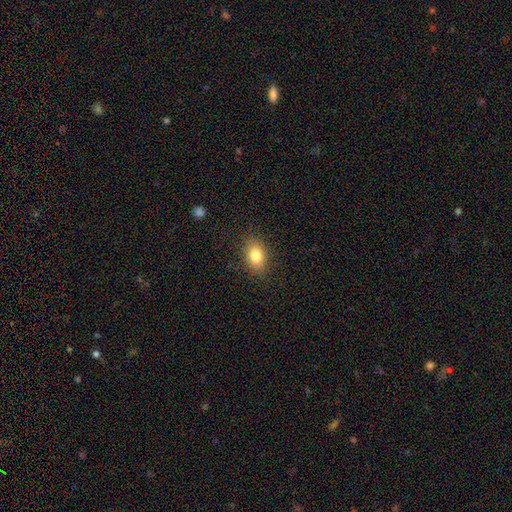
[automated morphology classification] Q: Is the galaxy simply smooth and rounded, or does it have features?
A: smooth — 81%.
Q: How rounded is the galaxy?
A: in between — 81%.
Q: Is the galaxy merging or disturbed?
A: none — 85%.